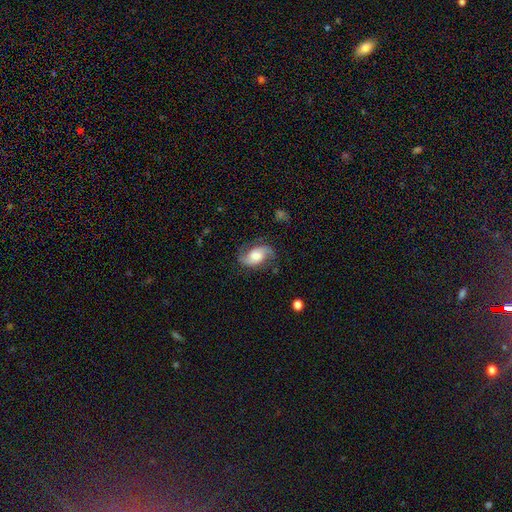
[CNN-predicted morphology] Smooth or featured: featured or disk — 79% (smooth — 14%)
Edge-on disk: no — 97% (yes — 3%)
Bar: no — 59% (weak — 32%)
Spiral arms: yes — 96% (no — 4%)
Spiral winding: medium — 45% (loose — 40%)
Spiral arm count: 2 — 92% (can't tell — 3%)
Bulge size: large — 43% (moderate — 30%)
Merging: none — 74% (minor disturbance — 17%)